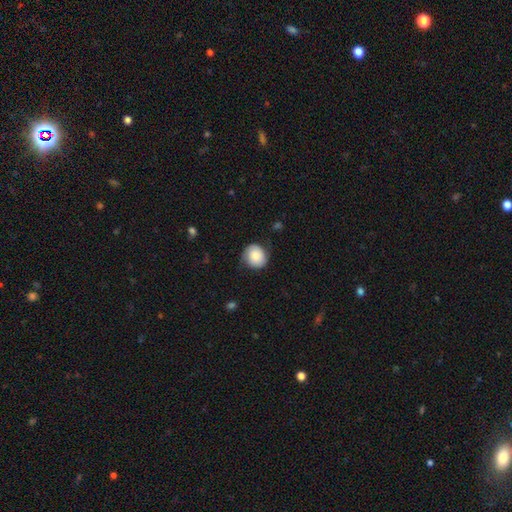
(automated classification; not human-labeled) Q: Smooth or featured?
A: smooth (71%); runner-up: featured or disk (22%)
Q: How rounded?
A: round (81%); runner-up: in between (18%)
Q: Merging?
A: none (68%); runner-up: minor disturbance (24%)